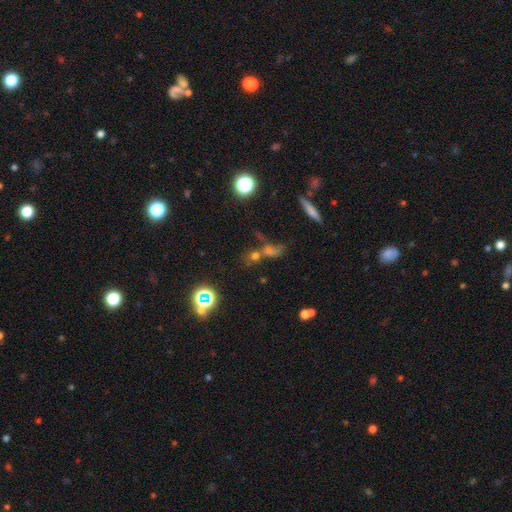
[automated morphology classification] This appears to be a smooth galaxy with no disk features (43%). Merging: merger (42%).